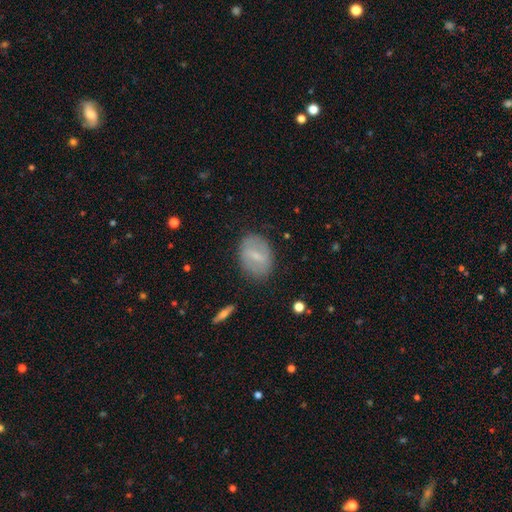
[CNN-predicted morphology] smooth_or_featured: featured or disk (p=0.48) [alt: smooth p=0.45]
merging: none (p=0.79) [alt: minor disturbance p=0.15]